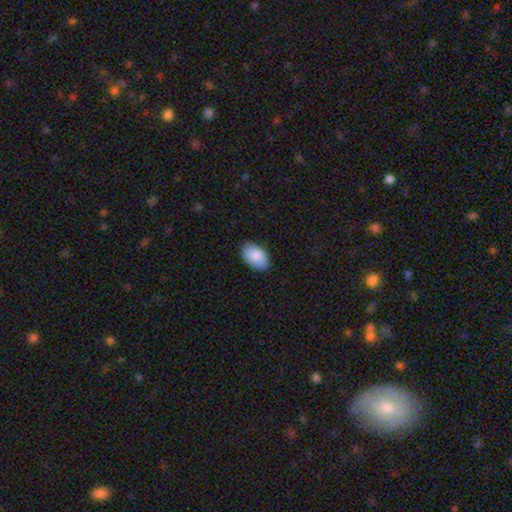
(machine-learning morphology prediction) Overall: smooth (89%). How rounded: in between (93%). Merging: none (86%).